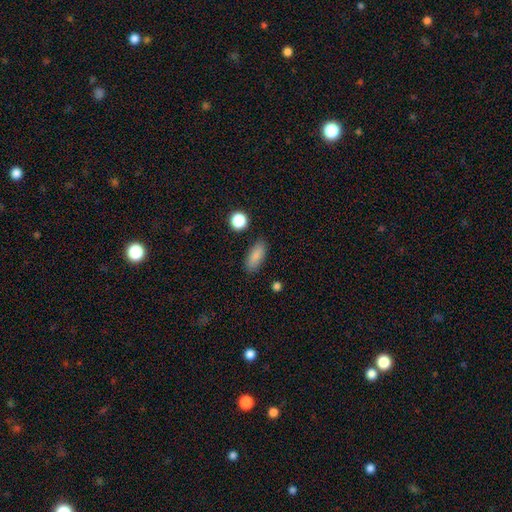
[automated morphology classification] The model was most divided on "how rounded": in between: 80%, cigar-shaped: 17%, round: 3%. More confident: smooth or featured — smooth (86%); merging — none (84%).